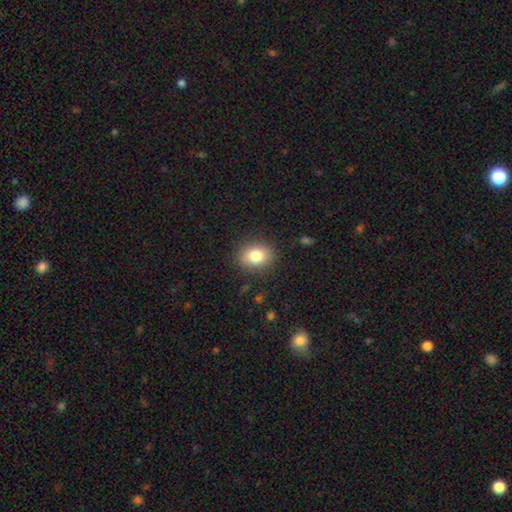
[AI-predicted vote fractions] Overall: smooth (82%). How rounded: round (52%; in between 47%). Merging: none (87%).